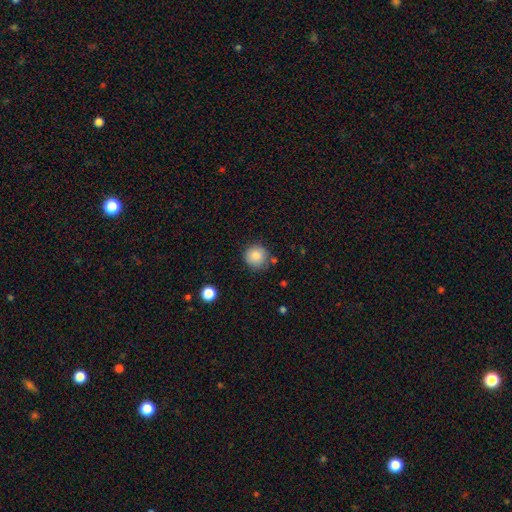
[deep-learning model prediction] Morphology: type=smooth (86%); roundness=round (93%); merging=none (81%).